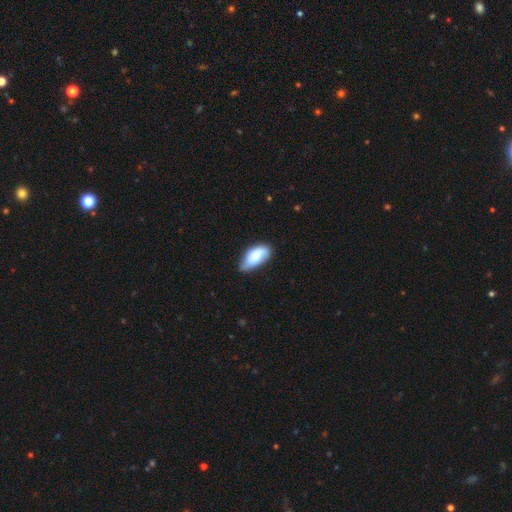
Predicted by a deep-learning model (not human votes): Morphology: type=smooth (79%); roundness=in between (92%); merging=none (57%).